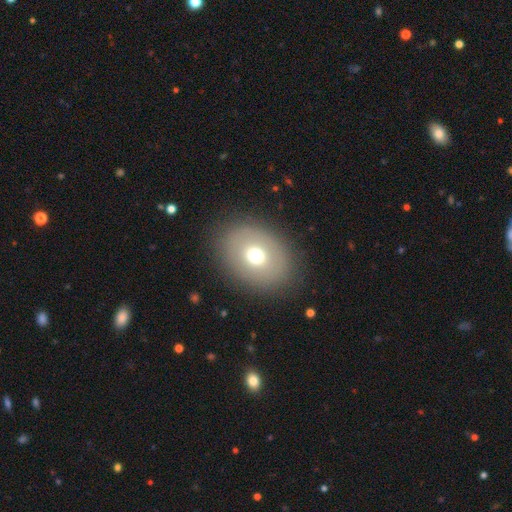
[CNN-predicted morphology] Smooth or featured: smooth — 67% (featured or disk — 21%)
How rounded: in between — 60% (round — 39%)
Merging: none — 86% (minor disturbance — 8%)